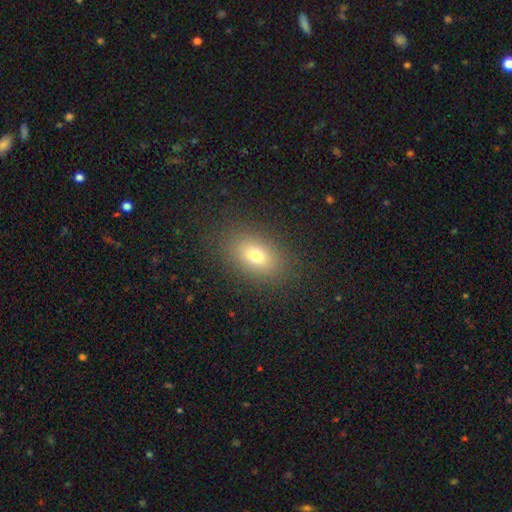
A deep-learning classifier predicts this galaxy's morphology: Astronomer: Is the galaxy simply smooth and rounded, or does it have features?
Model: smooth — 75%.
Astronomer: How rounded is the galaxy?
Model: in between — 83%.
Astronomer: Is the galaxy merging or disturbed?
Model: none — 87%.